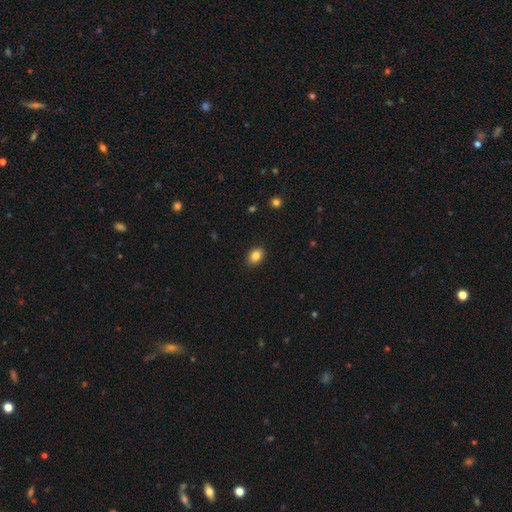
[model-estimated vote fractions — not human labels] smooth 86%, star or artifact 9%, featured or disk 5%. Down the decision tree: how rounded — in between (75%); merging — none (88%).